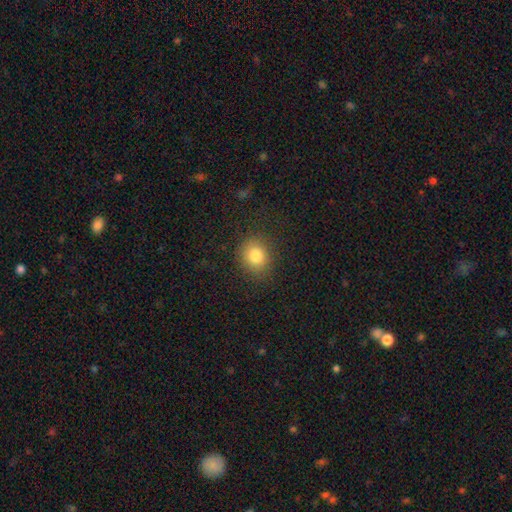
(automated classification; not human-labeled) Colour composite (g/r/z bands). It shows a smooth galaxy with no disk features (82%) that is round (77%). Merging: none (86%).